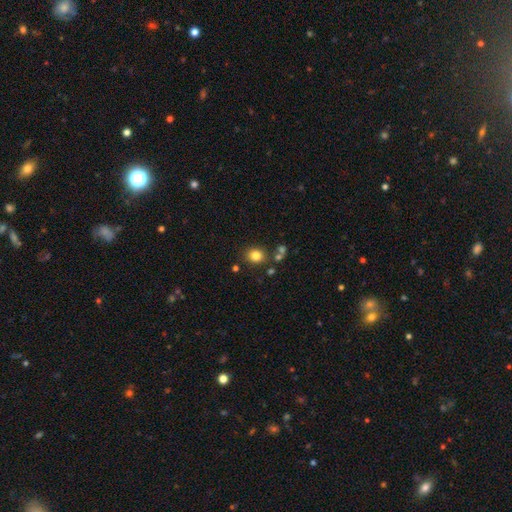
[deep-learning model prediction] The model was most divided on "how rounded": round: 76%, in between: 23%, cigar-shaped: 1%. More confident: smooth or featured — smooth (81%); merging — none (81%).